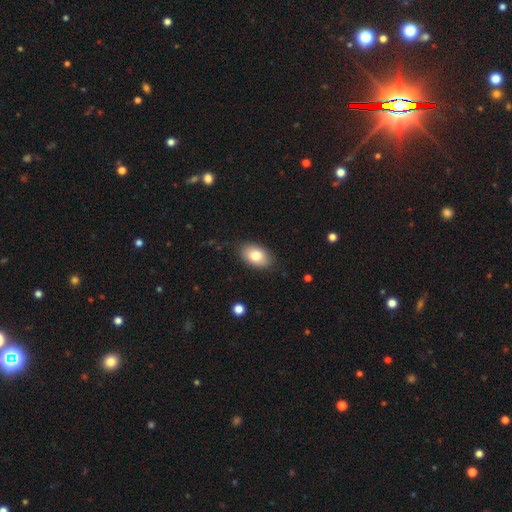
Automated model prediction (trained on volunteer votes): This is clearly a smooth galaxy (81%). How rounded: clearly in between (90%). Merging: clearly none (84%).